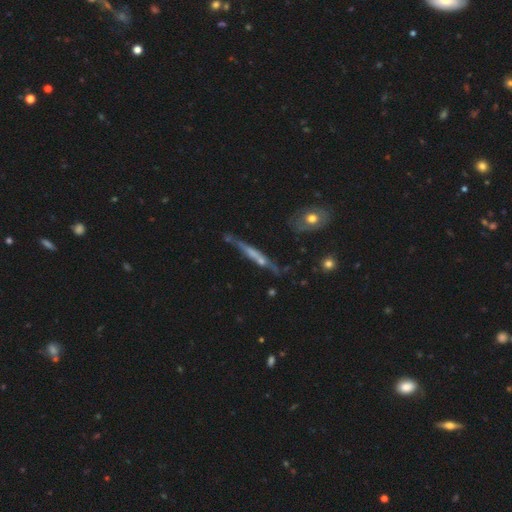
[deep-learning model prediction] This appears to be a featured or disk galaxy (62%) viewed edge-on (90%) with no central bulge (58%). Merging: none (64%).